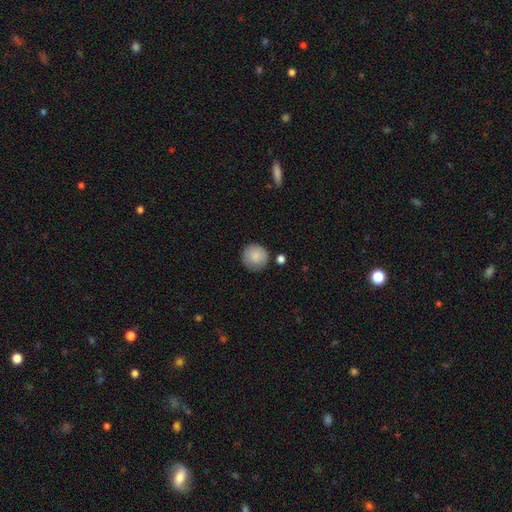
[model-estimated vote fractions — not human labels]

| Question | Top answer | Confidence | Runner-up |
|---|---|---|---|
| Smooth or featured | smooth | 85% | featured or disk (8%) |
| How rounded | round | 94% | in between (5%) |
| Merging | none | 81% | minor disturbance (12%) |